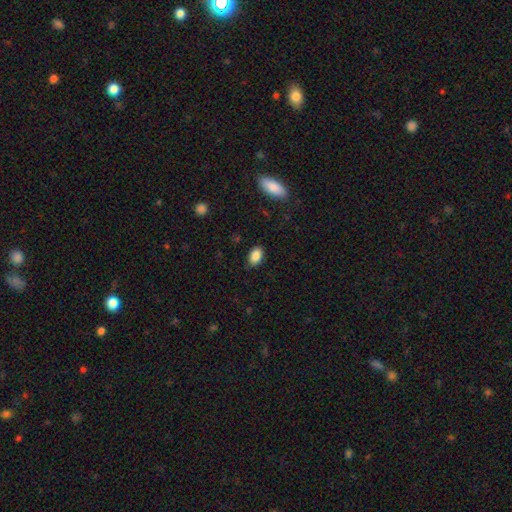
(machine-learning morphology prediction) Smooth or featured? smooth (87%)
How rounded? in between (89%)
Merging? none (85%)